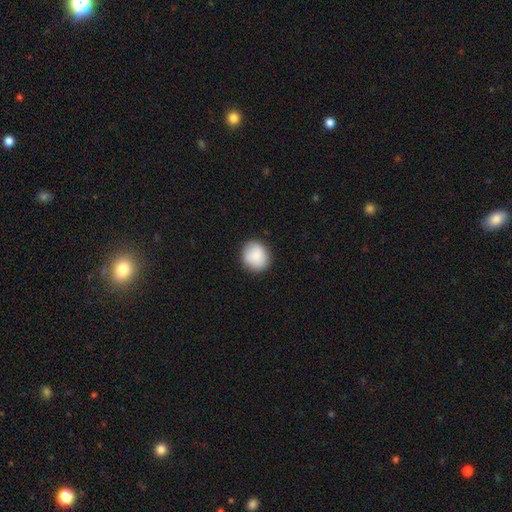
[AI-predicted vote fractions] Morphology: type=smooth (86%); roundness=round (77%); merging=none (87%).